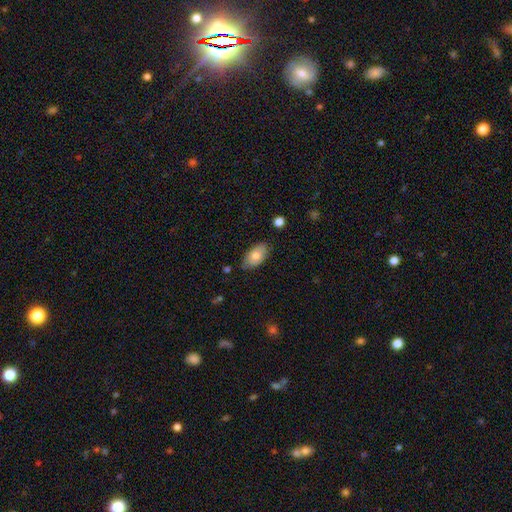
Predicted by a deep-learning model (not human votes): smooth 75%, featured or disk 18%, star or artifact 7%. Down the decision tree: how rounded — in between (93%); merging — none (78%).